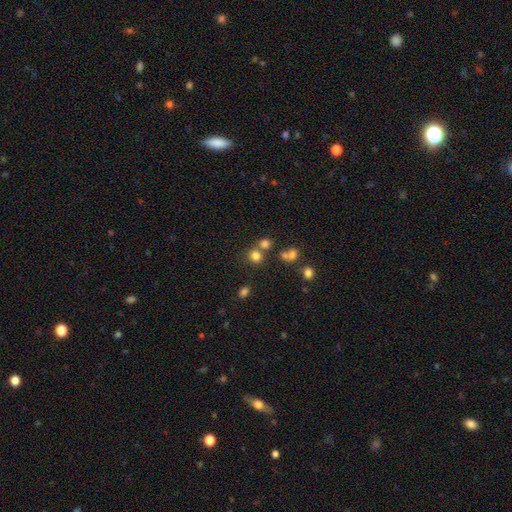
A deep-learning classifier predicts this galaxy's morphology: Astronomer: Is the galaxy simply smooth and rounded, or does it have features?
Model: smooth — 75%.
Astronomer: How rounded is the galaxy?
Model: round — 84%.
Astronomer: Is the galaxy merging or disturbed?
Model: none — 63%.